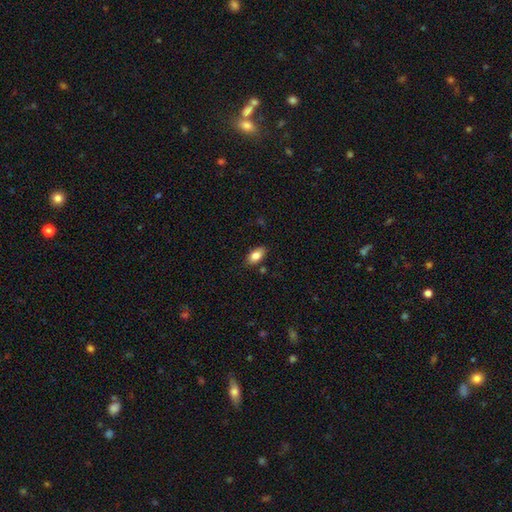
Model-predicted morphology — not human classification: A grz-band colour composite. It shows a smooth galaxy with no disk features (83%) that is in between round and cigar-shaped (91%). Merging: none (82%).